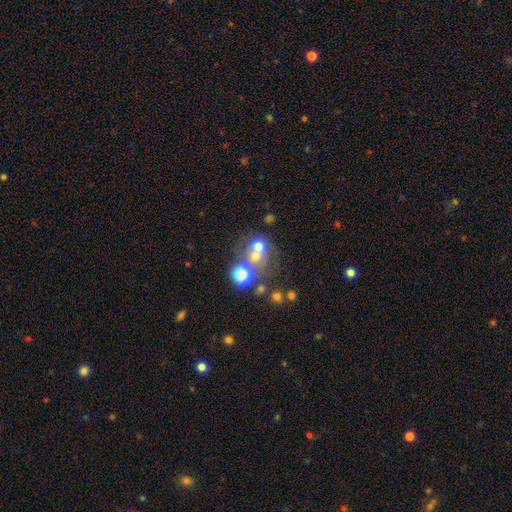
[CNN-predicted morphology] type=smooth (58%); roundness=round (76%); merging=merger (47%).